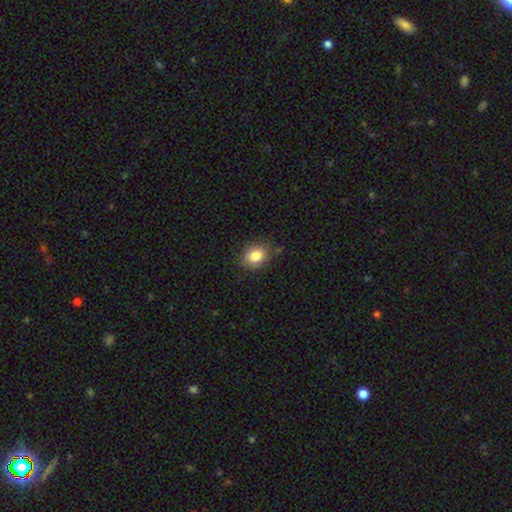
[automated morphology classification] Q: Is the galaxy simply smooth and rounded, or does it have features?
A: smooth — 83%.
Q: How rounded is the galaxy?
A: in between — 55%.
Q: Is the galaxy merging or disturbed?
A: none — 82%.